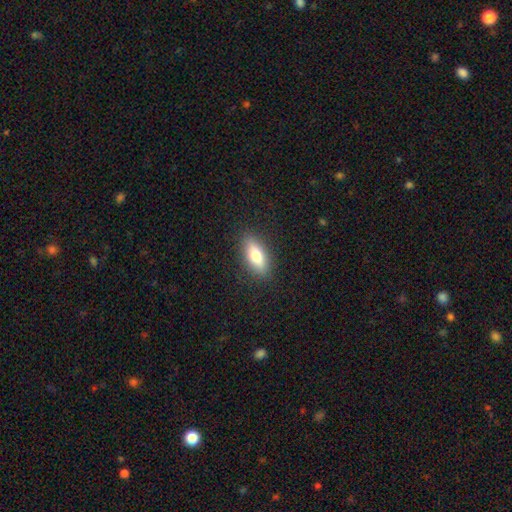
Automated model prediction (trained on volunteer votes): Overall: smooth (72%). How rounded: in between (73%). Merging: none (88%).